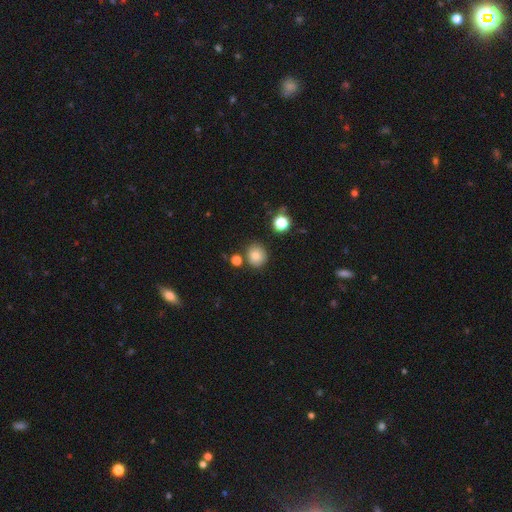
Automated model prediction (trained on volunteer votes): Smooth or featured? Predicted: smooth (p=0.80). How rounded? Predicted: round (p=0.84). Merging? Predicted: none (p=0.81).